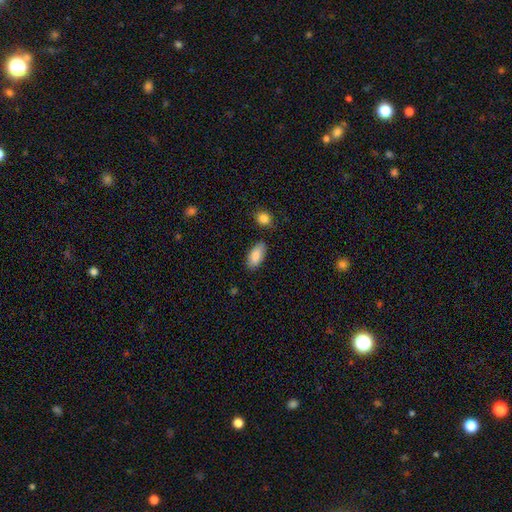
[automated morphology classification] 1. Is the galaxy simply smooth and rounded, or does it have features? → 88% smooth, 6% star or artifact, 6% featured or disk.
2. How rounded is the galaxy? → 92% in between, 6% cigar-shaped, 2% round.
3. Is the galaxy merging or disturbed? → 78% none, 15% minor disturbance, 4% merger, 3% major disturbance.